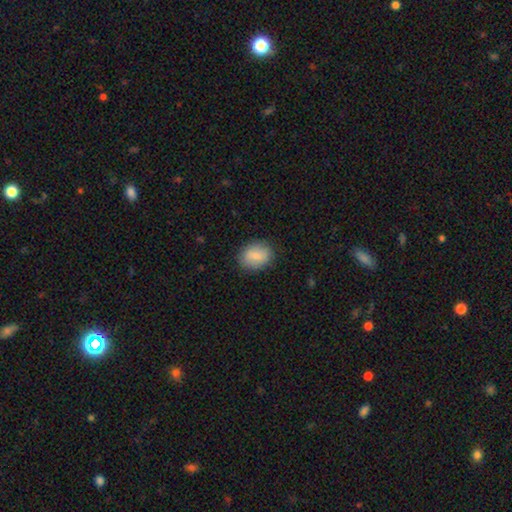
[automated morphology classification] Overall: smooth (82%). How rounded: in between (62%; round 37%). Merging: none (85%).